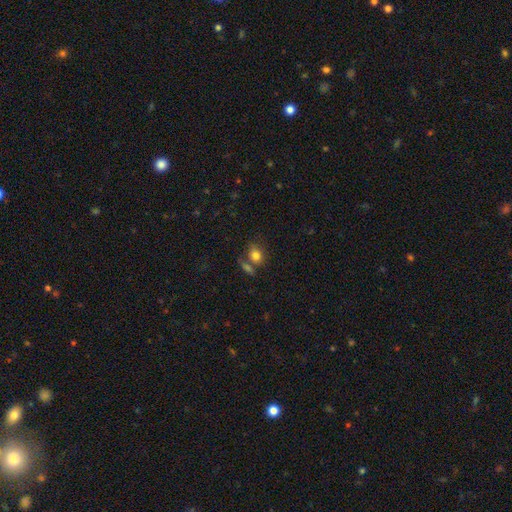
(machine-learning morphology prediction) Overall: smooth (79%). How rounded: in between (66%; round 32%). Merging: none (48%; merger 30%).